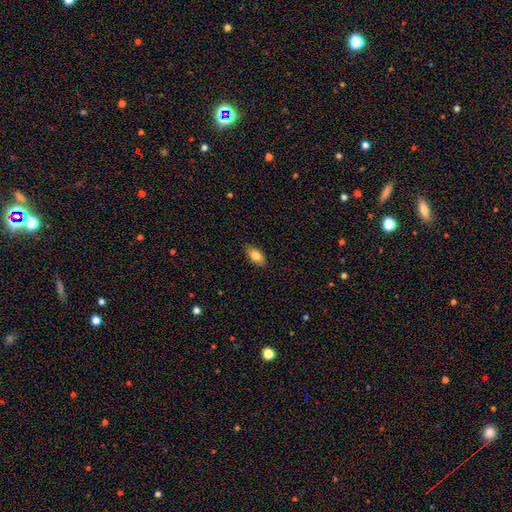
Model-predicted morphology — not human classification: smooth 81%, featured or disk 12%, star or artifact 7%. Down the decision tree: how rounded — in between (88%); merging — none (86%).